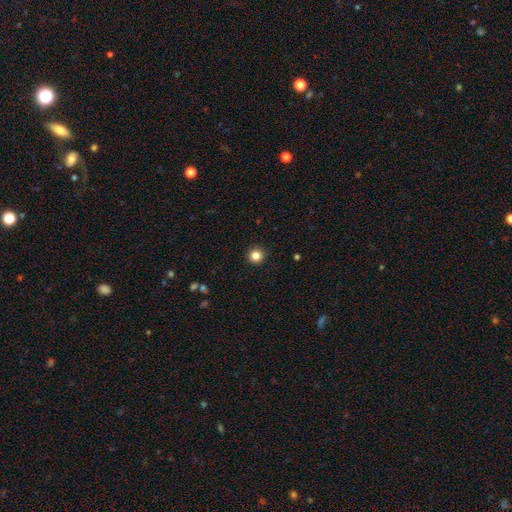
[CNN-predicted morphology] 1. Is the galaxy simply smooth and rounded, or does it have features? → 84% smooth, 11% star or artifact, 4% featured or disk.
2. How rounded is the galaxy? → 96% round, 3% in between, 1% cigar-shaped.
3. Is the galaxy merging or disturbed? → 93% none, 4% minor disturbance, 1% major disturbance, 1% merger.